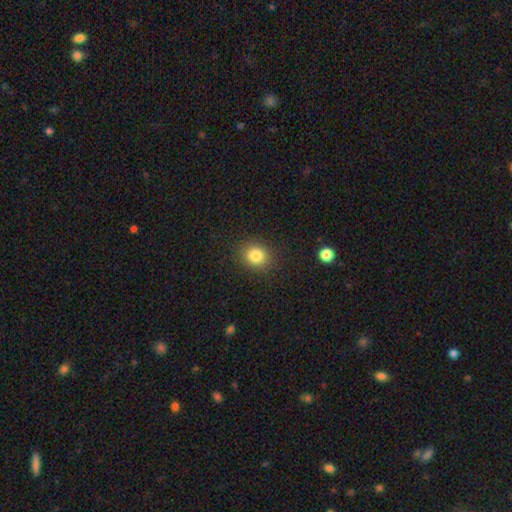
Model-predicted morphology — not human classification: type=smooth (84%); roundness=round (69%); merging=none (87%).